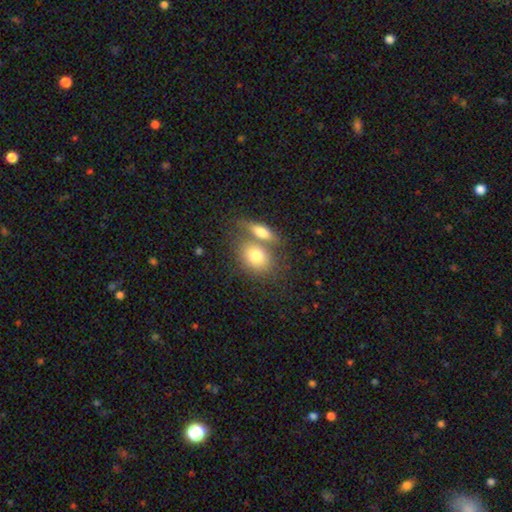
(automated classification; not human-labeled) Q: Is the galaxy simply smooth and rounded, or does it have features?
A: smooth — 75%.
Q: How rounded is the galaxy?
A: in between — 67%.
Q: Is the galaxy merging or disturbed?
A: merger — 45%.